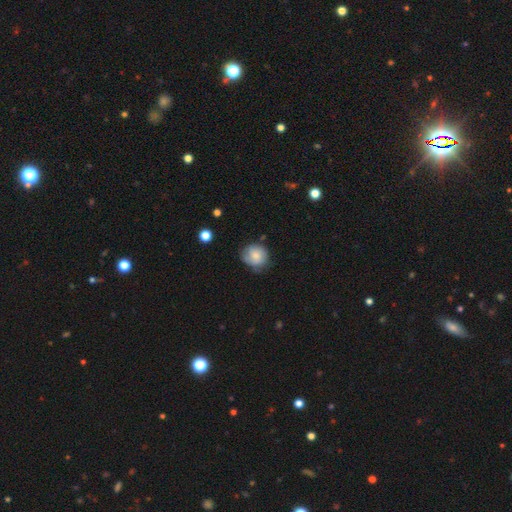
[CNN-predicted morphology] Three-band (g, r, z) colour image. It shows a smooth galaxy with no disk features (67%) that is round (79%). Merging: none (64%).